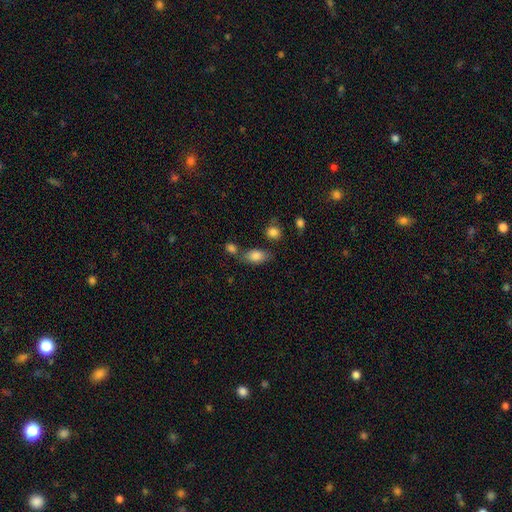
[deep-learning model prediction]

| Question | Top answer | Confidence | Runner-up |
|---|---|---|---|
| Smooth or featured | smooth | 81% | featured or disk (11%) |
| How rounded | in between | 87% | round (7%) |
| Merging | none | 64% | minor disturbance (15%) |